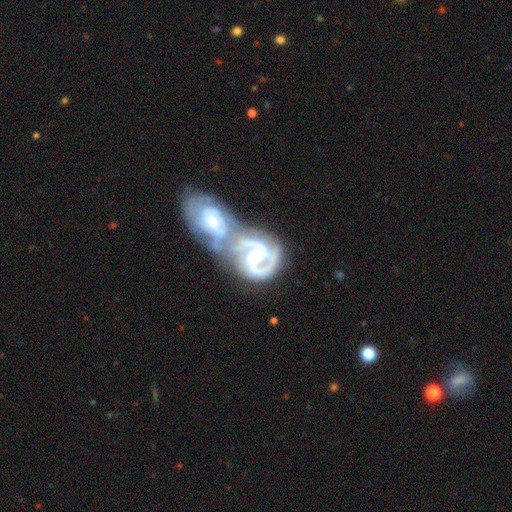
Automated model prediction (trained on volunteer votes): Smooth or featured?
  - featured or disk: 91% *
  - smooth: 6%
  - star or artifact: 4%
Edge-on disk?
  - no: 98% *
  - yes: 2%
Bar?
  - no: 45% *
  - weak: 38%
  - strong: 18%
Spiral arms?
  - yes: 97% *
  - no: 3%
Spiral winding?
  - tight: 49% *
  - medium: 43%
  - loose: 8%
Spiral arm count?
  - 2: 75% *
  - 3: 8%
  - can't tell: 8%
  - 1: 4%
  - 4: 2%
  - more than 4: 2%
Bulge size?
  - moderate: 59% *
  - small: 36%
  - large: 3%
  - none: 1%
  - dominant: 1%
Merging?
  - merger: 76% *
  - none: 12%
  - minor disturbance: 7%
  - major disturbance: 5%